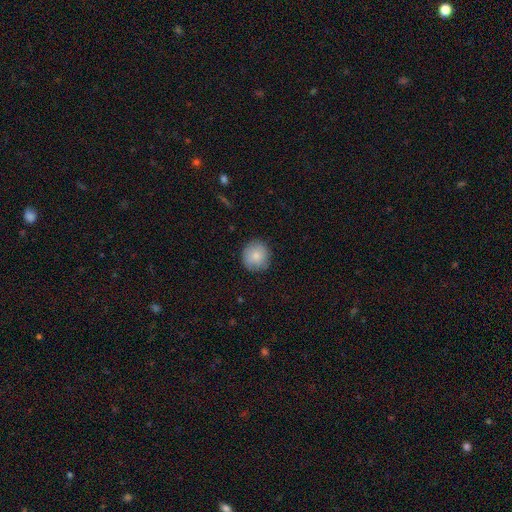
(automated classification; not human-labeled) The model was most divided on "smooth or featured": smooth: 83%, featured or disk: 10%, star or artifact: 7%. More confident: how rounded — round (92%); merging — none (86%).